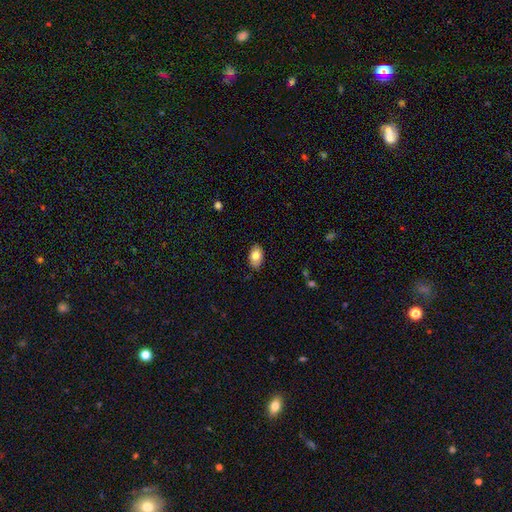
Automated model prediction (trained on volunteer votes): A smooth galaxy with no disk features (77%) that is in between round and cigar-shaped (91%).

Vote fractions:
- Smooth or featured? smooth: 77% / featured or disk: 16% / star or artifact: 7%
- How rounded? in between: 91% / round: 8% / cigar-shaped: 1%
- Merging? none: 85% / minor disturbance: 12% / major disturbance: 2% / merger: 1%